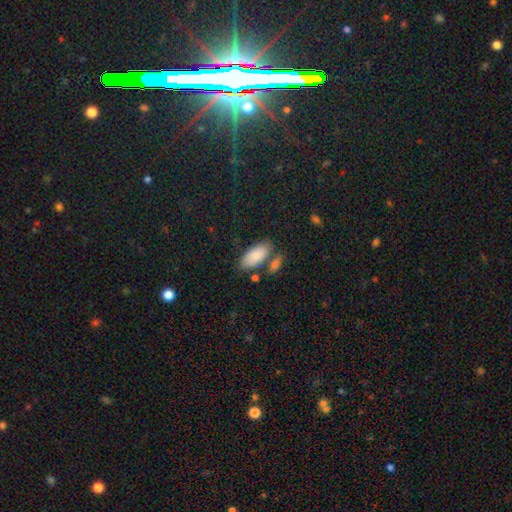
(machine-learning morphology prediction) Overall: smooth (86%). How rounded: in between (90%). Merging: none (67%).